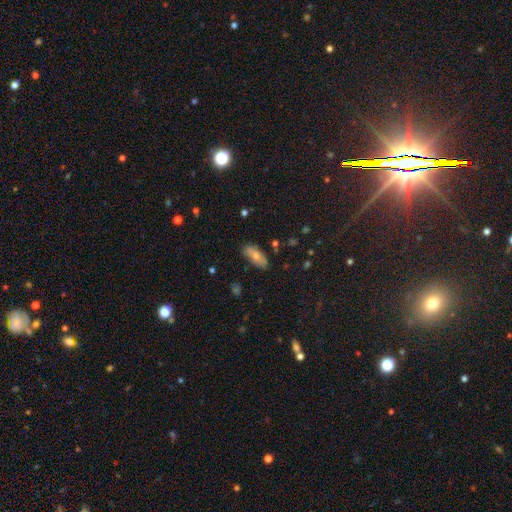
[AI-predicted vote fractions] Smooth or featured? Predicted: smooth (p=0.68). How rounded? Predicted: in between (p=0.81). Merging? Predicted: none (p=0.77).